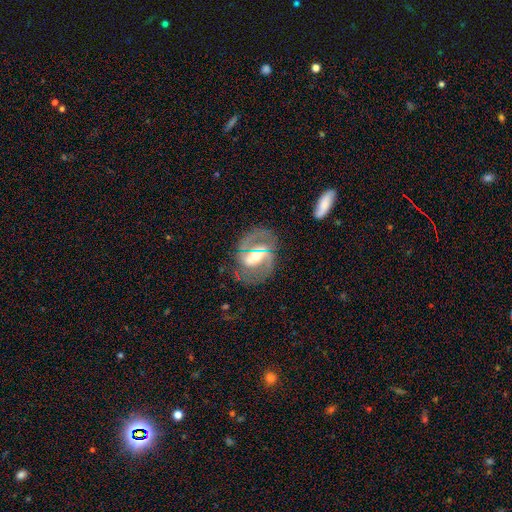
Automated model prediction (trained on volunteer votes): Smooth or featured? Predicted: featured or disk (p=0.84). Edge-on disk? Predicted: no (p=0.97). Bar? Predicted: weak (p=0.45). Spiral arms? Predicted: yes (p=0.92). Spiral winding? Predicted: medium (p=0.53). Spiral arm count? Predicted: 2 (p=0.85). Bulge size? Predicted: moderate (p=0.67). Merging? Predicted: none (p=0.71).